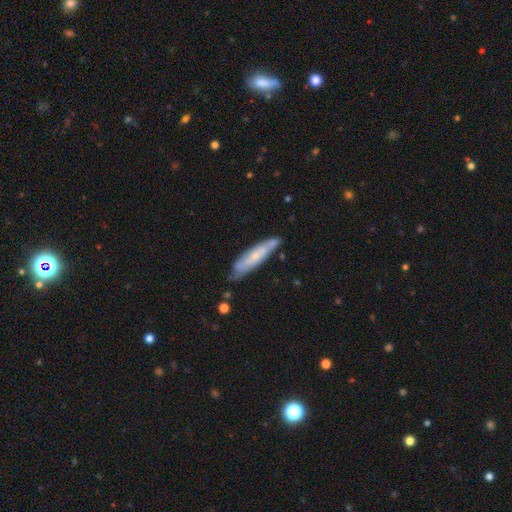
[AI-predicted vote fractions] Overall: smooth (50%; featured or disk 44%). How rounded: cigar-shaped (81%). Merging: none (68%).